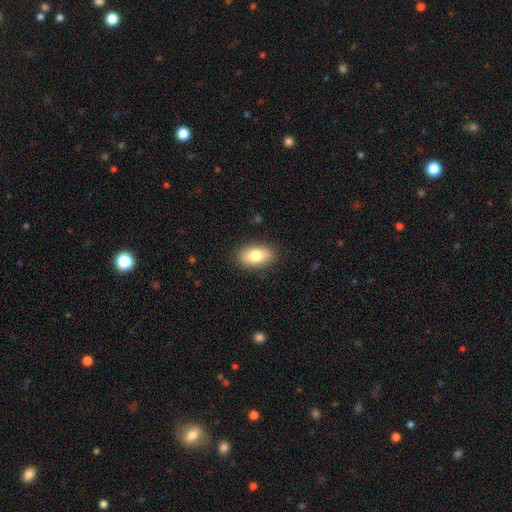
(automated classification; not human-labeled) A smooth galaxy with no disk features (79%) that is in between round and cigar-shaped (90%). Merging: none (87%).